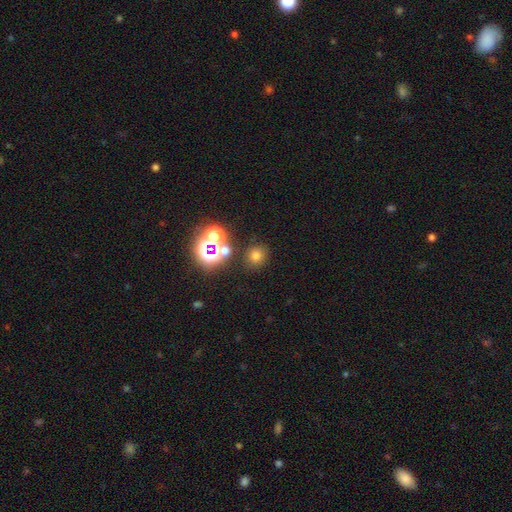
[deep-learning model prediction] A smooth galaxy with no disk features (65%) that is round (89%).

Vote fractions:
- Smooth or featured? smooth: 65% / star or artifact: 27% / featured or disk: 8%
- How rounded? round: 89% / in between: 10% / cigar-shaped: 1%
- Merging? none: 82% / merger: 7% / minor disturbance: 7% / major disturbance: 3%